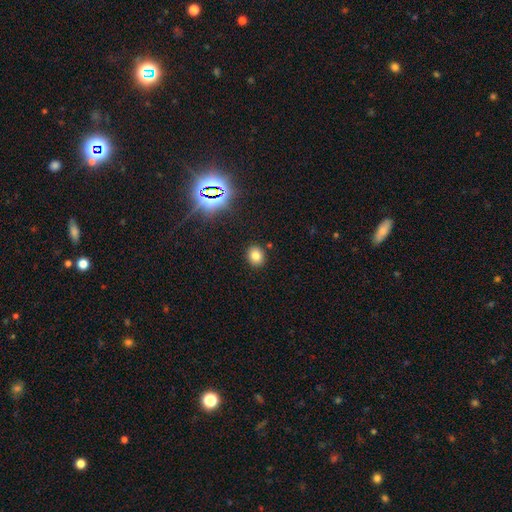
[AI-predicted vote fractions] A smooth galaxy with no disk features (77%) that is round (65%).

Vote fractions:
- Smooth or featured? smooth: 77% / star or artifact: 15% / featured or disk: 7%
- How rounded? round: 65% / in between: 34% / cigar-shaped: 1%
- Merging? none: 88% / minor disturbance: 7% / merger: 3% / major disturbance: 2%